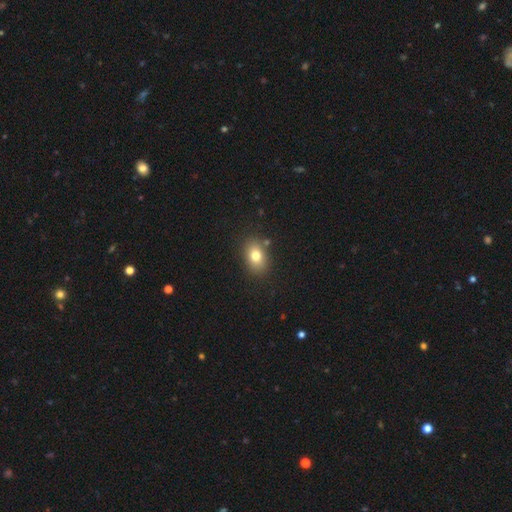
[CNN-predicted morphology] smooth_or_featured: smooth (p=0.77) [alt: featured or disk p=0.12]
how_rounded: in between (p=0.76) [alt: round p=0.23]
merging: none (p=0.83) [alt: minor disturbance p=0.10]